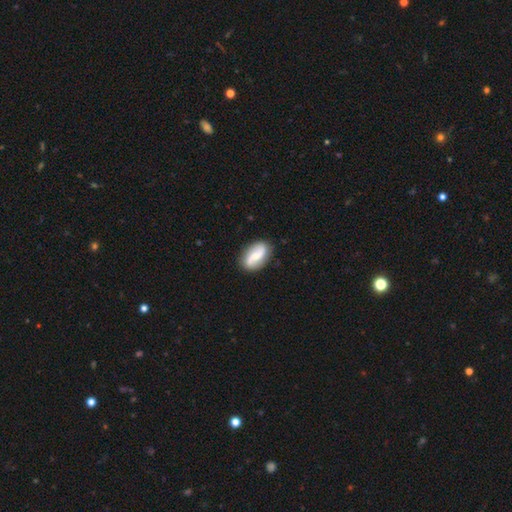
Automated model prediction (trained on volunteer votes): This appears to be a featured or disk galaxy (60%) with no bar (41%), 2 (90%) loose (65%) spiral arms (89%) and a small central bulge (45%). Merging: none (84%).